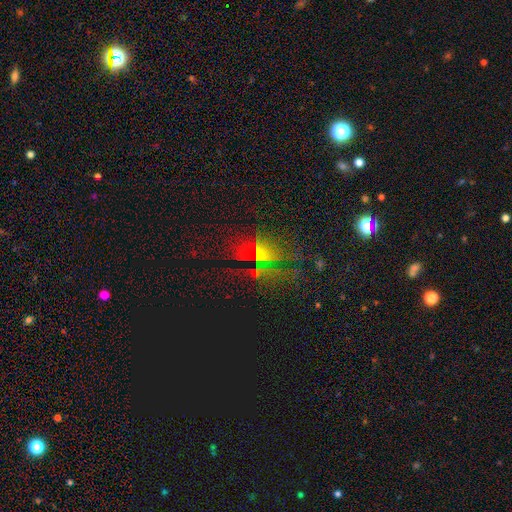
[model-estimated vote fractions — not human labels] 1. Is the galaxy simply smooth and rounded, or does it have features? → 59% star or artifact, 28% smooth, 13% featured or disk.